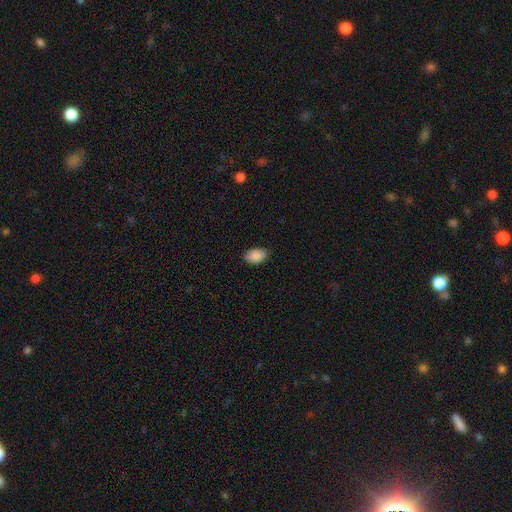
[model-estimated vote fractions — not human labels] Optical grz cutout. It shows a smooth galaxy with no disk features (90%) that is in between round and cigar-shaped (92%). Merging: none (85%).